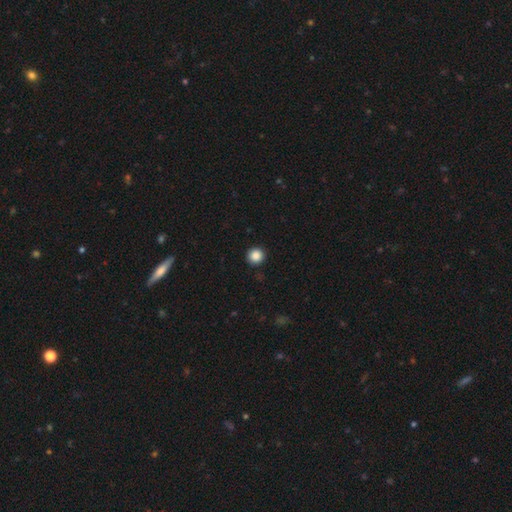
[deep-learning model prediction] Smooth or featured?
  - smooth: 87% *
  - star or artifact: 10%
  - featured or disk: 3%
How rounded?
  - round: 95% *
  - in between: 5%
  - cigar-shaped: 1%
Merging?
  - none: 93% *
  - minor disturbance: 5%
  - major disturbance: 2%
  - merger: 1%